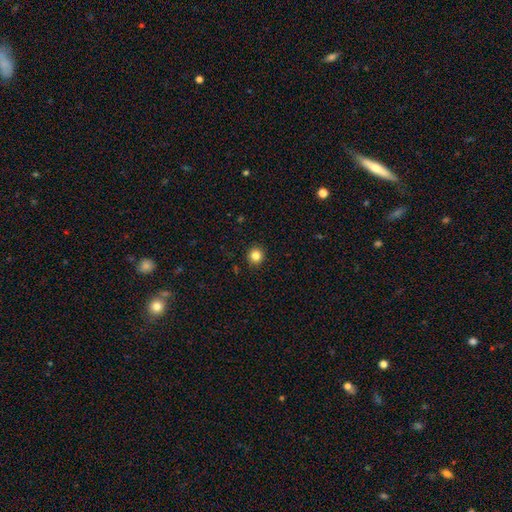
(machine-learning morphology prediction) The model was most divided on "smooth or featured": smooth: 84%, star or artifact: 12%, featured or disk: 5%. More confident: how rounded — round (92%); merging — none (91%).